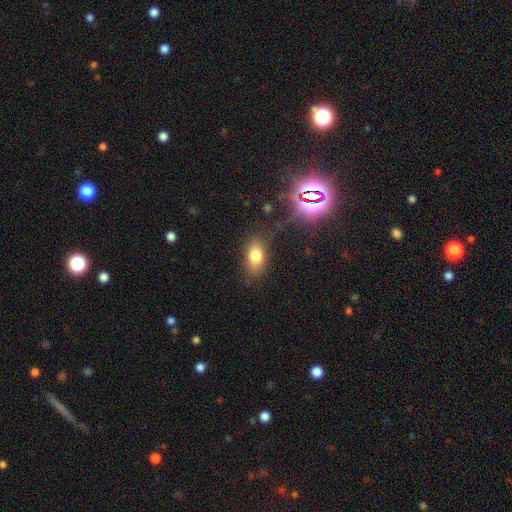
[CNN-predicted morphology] A smooth galaxy with no disk features (76%) that is in between round and cigar-shaped (85%). Merging: none (80%).